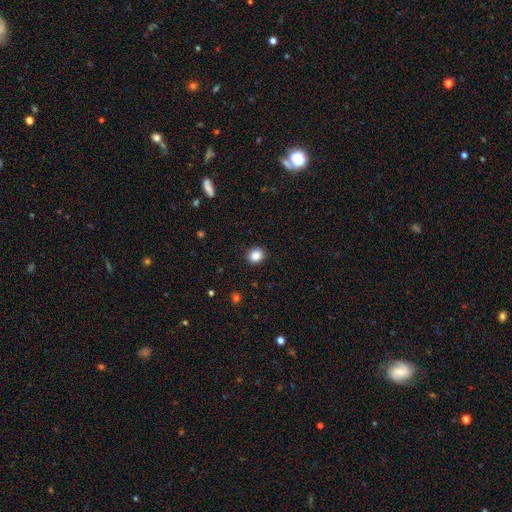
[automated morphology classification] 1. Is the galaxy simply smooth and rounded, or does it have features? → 87% smooth, 10% star or artifact, 3% featured or disk.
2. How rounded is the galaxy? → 73% round, 26% in between, 1% cigar-shaped.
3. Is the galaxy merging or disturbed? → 91% none, 6% minor disturbance, 2% major disturbance, 1% merger.